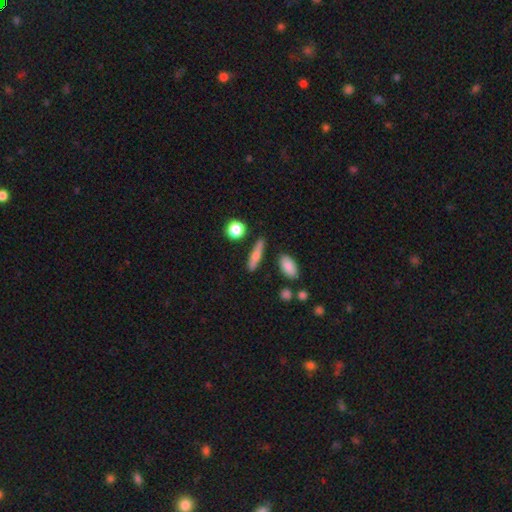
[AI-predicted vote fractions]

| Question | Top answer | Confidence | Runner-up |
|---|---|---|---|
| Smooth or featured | smooth | 55% | featured or disk (37%) |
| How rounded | cigar-shaped | 69% | in between (23%) |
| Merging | none | 85% | minor disturbance (10%) |